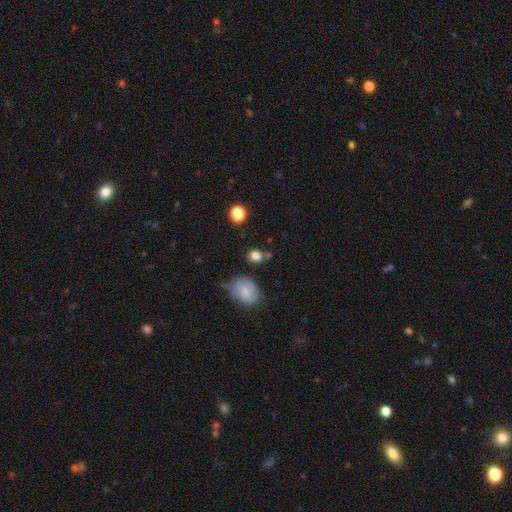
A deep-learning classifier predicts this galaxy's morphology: Q: Smooth or featured?
A: smooth (81%); runner-up: star or artifact (12%)
Q: How rounded?
A: round (55%); runner-up: in between (44%)
Q: Merging?
A: none (68%); runner-up: minor disturbance (16%)